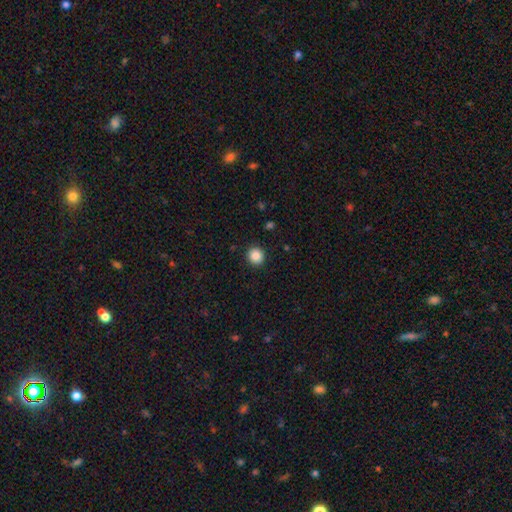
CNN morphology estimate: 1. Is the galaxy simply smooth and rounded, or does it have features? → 88% smooth, 10% star or artifact, 3% featured or disk.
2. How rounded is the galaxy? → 91% round, 8% in between, 1% cigar-shaped.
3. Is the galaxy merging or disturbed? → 92% none, 5% minor disturbance, 2% major disturbance, 1% merger.